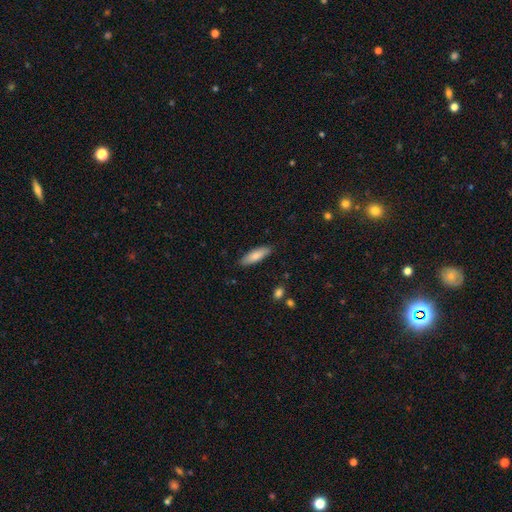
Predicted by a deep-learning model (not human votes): Q: Smooth or featured?
A: smooth (82%); runner-up: featured or disk (12%)
Q: How rounded?
A: in between (51%); runner-up: cigar-shaped (47%)
Q: Merging?
A: none (87%); runner-up: minor disturbance (10%)